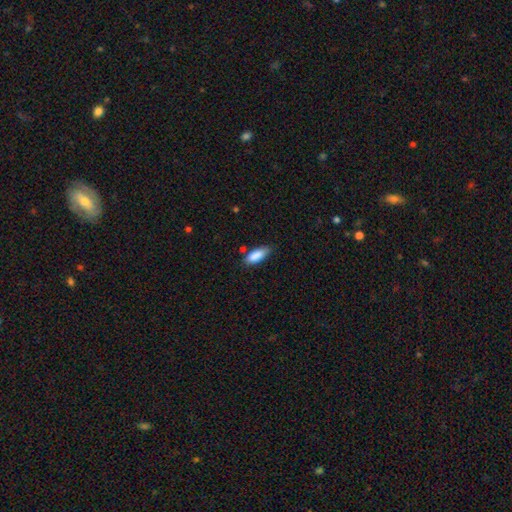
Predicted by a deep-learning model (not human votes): Overall: smooth (88%). How rounded: in between (76%). Merging: none (74%).